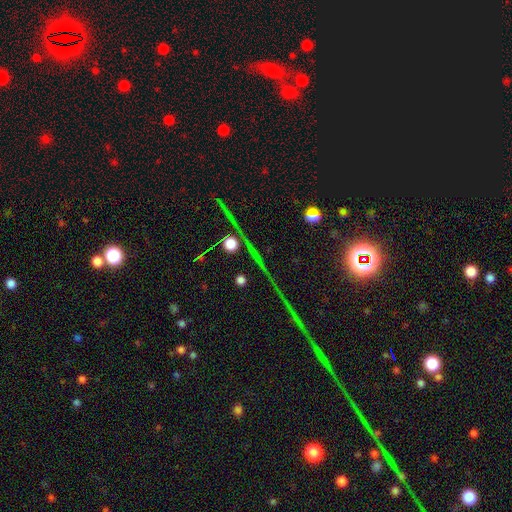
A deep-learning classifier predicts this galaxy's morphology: star or artifact 62%, featured or disk 22%, smooth 16%.